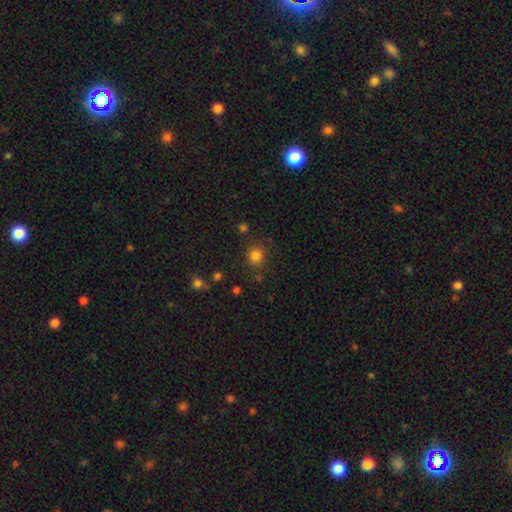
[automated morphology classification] Smooth or featured?
  - smooth: 81% *
  - star or artifact: 14%
  - featured or disk: 5%
How rounded?
  - round: 88% *
  - in between: 11%
  - cigar-shaped: 1%
Merging?
  - none: 85% *
  - minor disturbance: 9%
  - major disturbance: 3%
  - merger: 3%